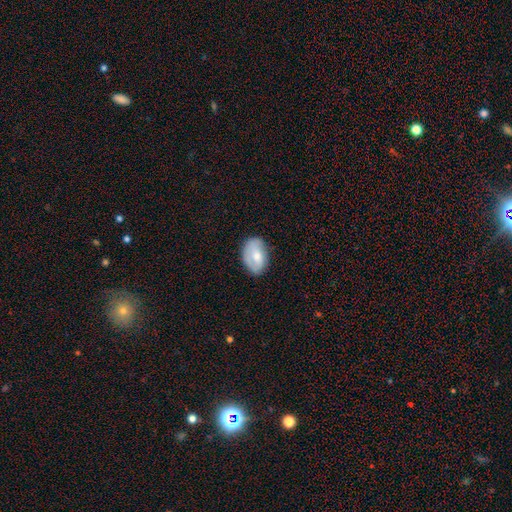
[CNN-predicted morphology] type=smooth (64%); roundness=in between (87%); merging=none (69%).